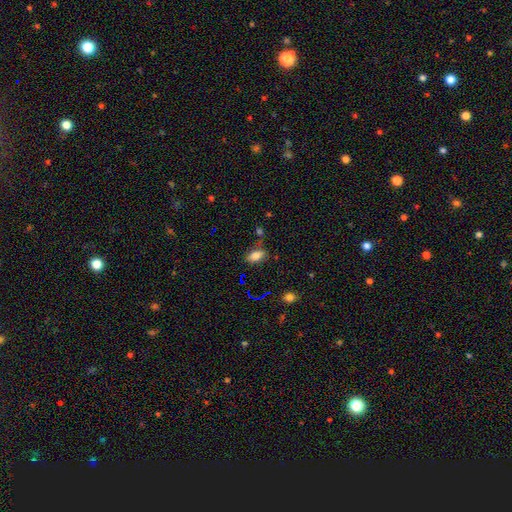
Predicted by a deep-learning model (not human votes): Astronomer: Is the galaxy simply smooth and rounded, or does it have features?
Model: smooth — 79%.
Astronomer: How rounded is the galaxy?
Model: in between — 88%.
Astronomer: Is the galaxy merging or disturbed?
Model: none — 71%.